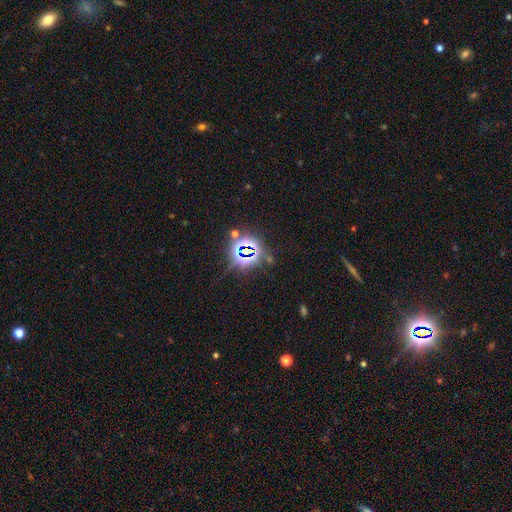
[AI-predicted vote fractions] smooth_or_featured: star or artifact (p=0.81) [alt: smooth p=0.11]